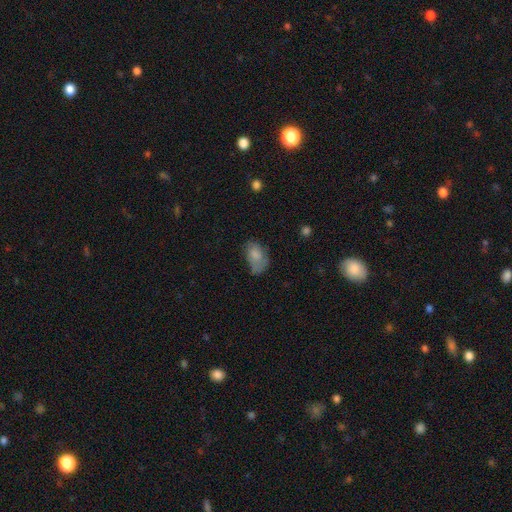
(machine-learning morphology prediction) smooth_or_featured: smooth (p=0.72) [alt: featured or disk p=0.19]
how_rounded: in between (p=0.85) [alt: round p=0.13]
merging: none (p=0.40) [alt: minor disturbance p=0.35]